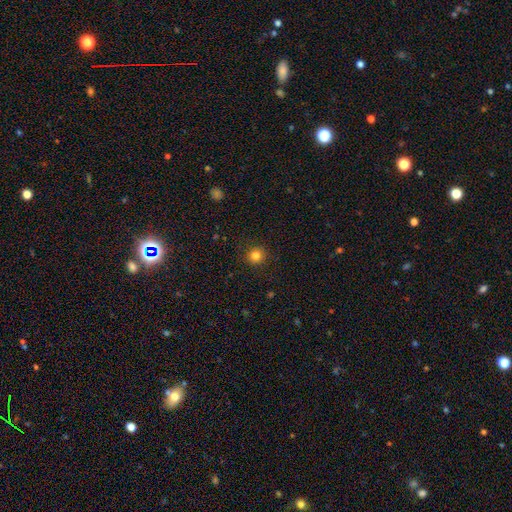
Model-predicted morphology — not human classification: Smooth or featured? smooth (83%)
How rounded? round (93%)
Merging? none (91%)